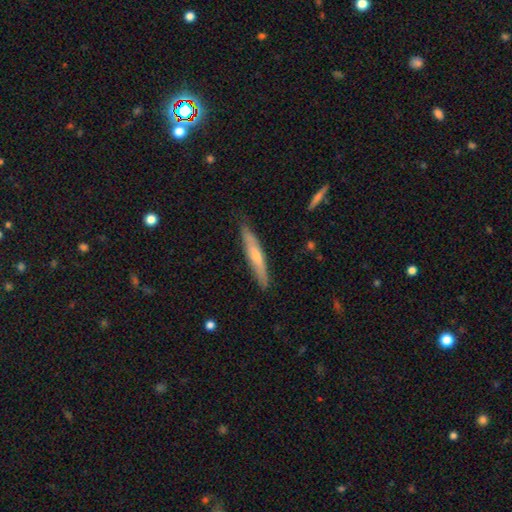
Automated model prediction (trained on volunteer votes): Smooth or featured? Predicted: featured or disk (p=0.47, tied with smooth). Merging? Predicted: none (p=0.86).